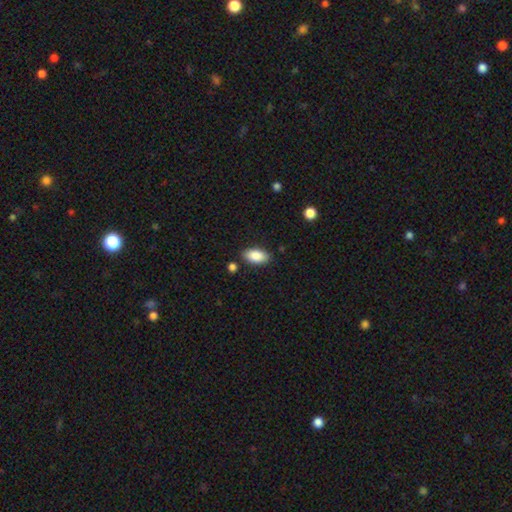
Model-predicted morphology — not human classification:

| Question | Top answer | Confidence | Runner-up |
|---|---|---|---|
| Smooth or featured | smooth | 88% | star or artifact (7%) |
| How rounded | in between | 93% | cigar-shaped (4%) |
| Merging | none | 84% | minor disturbance (10%) |